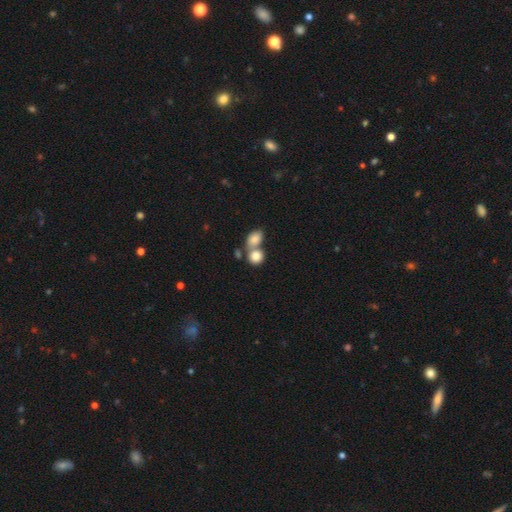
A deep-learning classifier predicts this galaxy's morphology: Smooth or featured?
  - smooth: 83% *
  - featured or disk: 9%
  - star or artifact: 8%
How rounded?
  - round: 63% *
  - in between: 35%
  - cigar-shaped: 1%
Merging?
  - merger: 55% *
  - none: 34%
  - minor disturbance: 8%
  - major disturbance: 4%